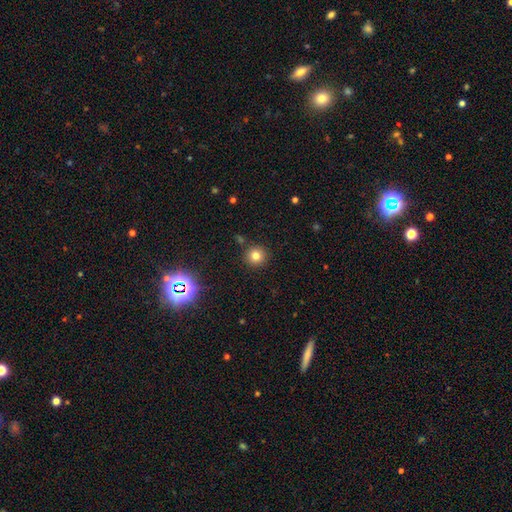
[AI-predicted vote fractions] A smooth galaxy with no disk features (78%) that is round (94%). Merging: none (89%).